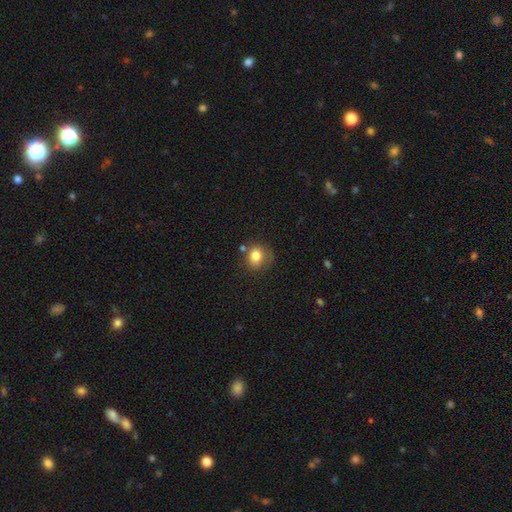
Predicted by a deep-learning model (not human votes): A smooth galaxy with no disk features (81%) that is round (74%).

Vote fractions:
- Smooth or featured? smooth: 81% / star or artifact: 10% / featured or disk: 9%
- How rounded? round: 74% / in between: 25% / cigar-shaped: 1%
- Merging? none: 62% / minor disturbance: 21% / merger: 9% / major disturbance: 7%